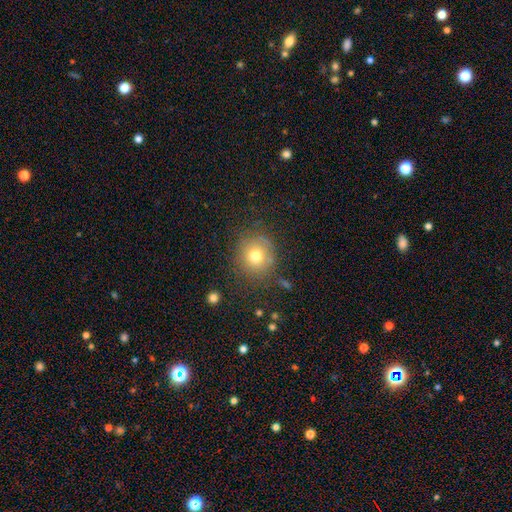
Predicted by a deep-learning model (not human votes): A smooth galaxy with no disk features (73%) that is round (87%). Merging: none (77%).